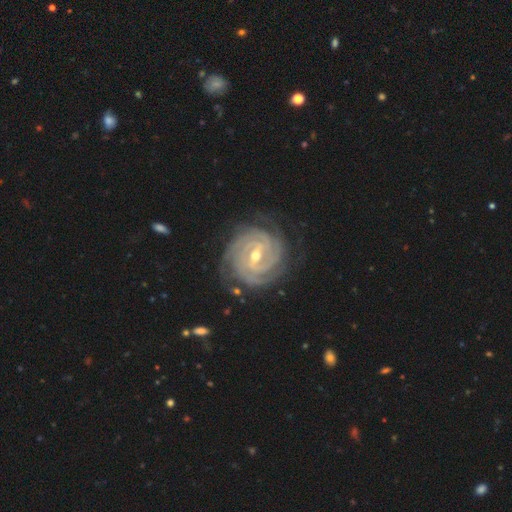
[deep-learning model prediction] Morphology: type=featured or disk (93%); edge-on=no (98%); bar=weak (47%); spiral arms=yes (99%); winding=tight (86%); arm count=4 (29%); bulge=moderate (52%); merging=none (81%).